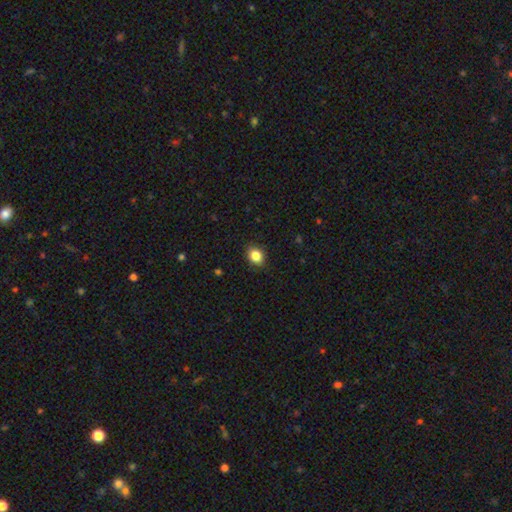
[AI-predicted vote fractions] smooth 85%, star or artifact 9%, featured or disk 5%. Down the decision tree: how rounded — in between (53%); merging — none (87%).